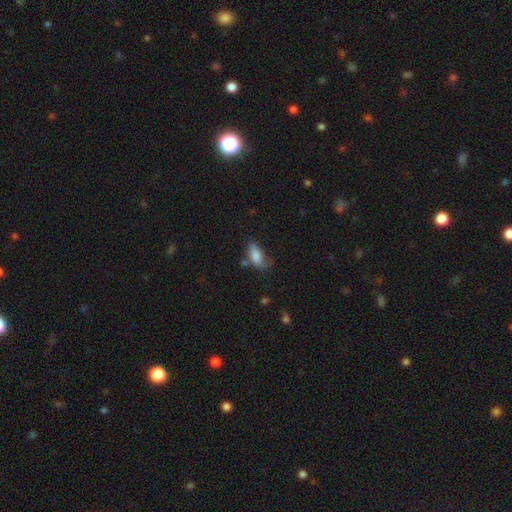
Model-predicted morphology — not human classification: smooth 80%, featured or disk 12%, star or artifact 8%. Down the decision tree: how rounded — in between (83%); merging — none (47%).